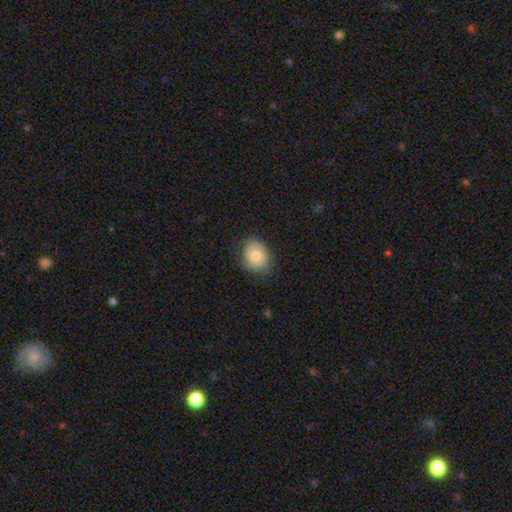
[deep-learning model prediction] smooth_or_featured: smooth (p=0.72) [alt: featured or disk p=0.20]
how_rounded: round (p=0.59) [alt: in between p=0.40]
merging: none (p=0.76) [alt: minor disturbance p=0.18]